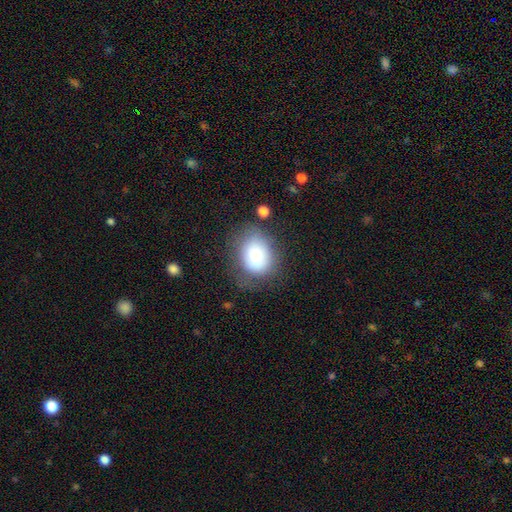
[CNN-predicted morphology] smooth 74%, featured or disk 17%, star or artifact 9%. Down the decision tree: how rounded — in between (50%); merging — none (63%).